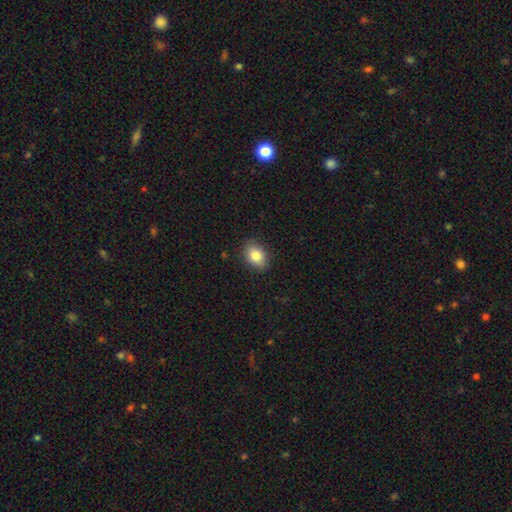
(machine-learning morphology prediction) smooth_or_featured: smooth (p=0.85) [alt: star or artifact p=0.08]
how_rounded: in between (p=0.75) [alt: round p=0.24]
merging: none (p=0.86) [alt: minor disturbance p=0.10]